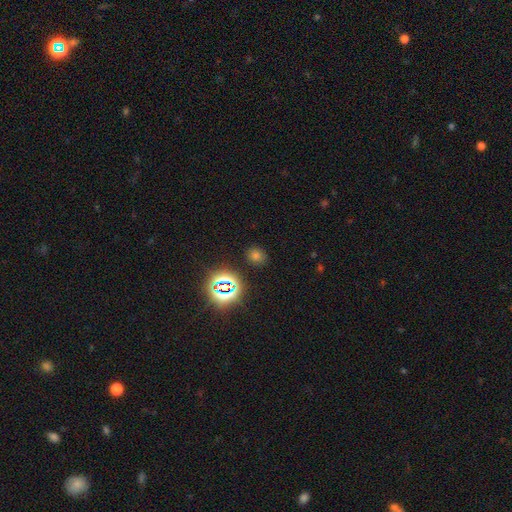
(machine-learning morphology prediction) Smooth or featured? Predicted: smooth (p=0.56). How rounded? Predicted: round (p=0.65). Merging? Predicted: none (p=0.86).